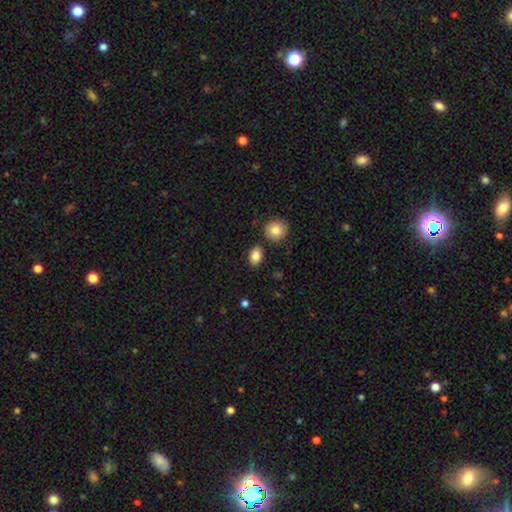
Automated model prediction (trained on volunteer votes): This is clearly a smooth galaxy (85%). How rounded: likely in between (78%). Merging: clearly none (81%).